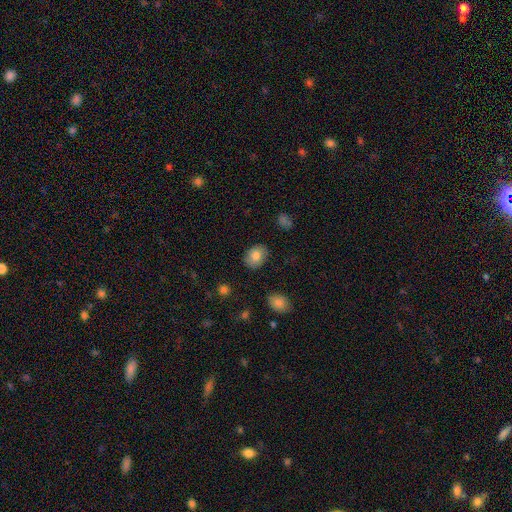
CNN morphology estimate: type=smooth (82%); roundness=in between (60%); merging=none (85%).